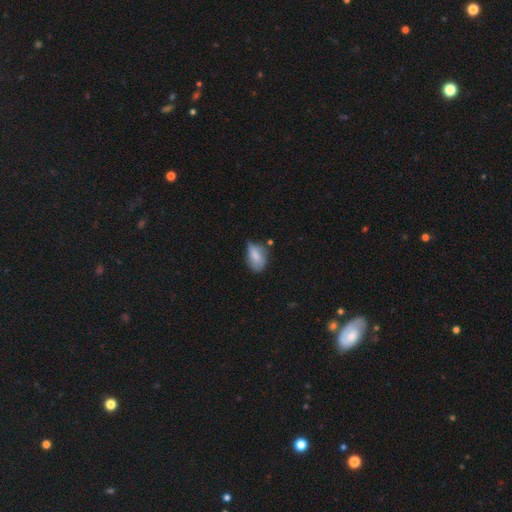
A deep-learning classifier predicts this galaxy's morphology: A smooth galaxy with no disk features (75%) that is in between round and cigar-shaped (87%). Merging: none (42%, tied with minor disturbance).